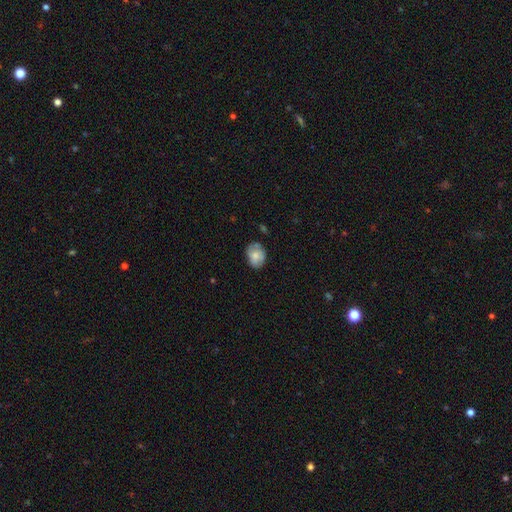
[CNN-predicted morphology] type=smooth (69%); roundness=in between (58%); merging=none (67%).